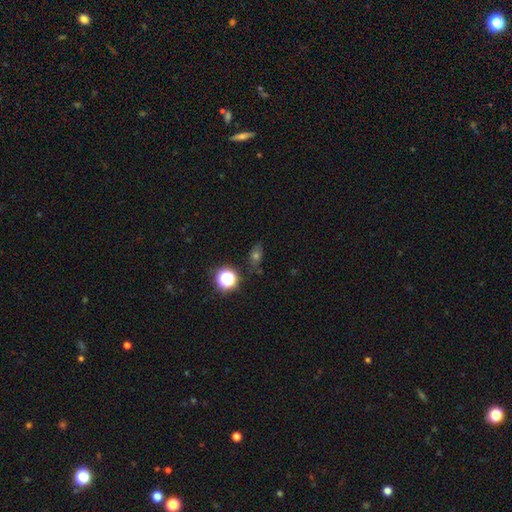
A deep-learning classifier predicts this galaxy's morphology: Smooth or featured?
  - smooth: 43% *
  - star or artifact: 39%
  - featured or disk: 18%
Merging?
  - none: 76% *
  - minor disturbance: 15%
  - major disturbance: 6%
  - merger: 4%